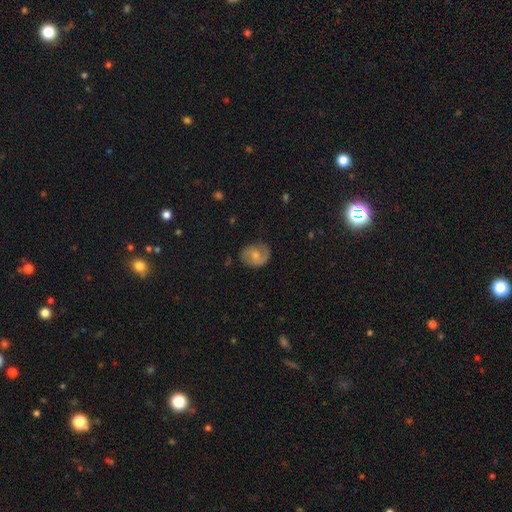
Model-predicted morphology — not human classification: smooth-or-featured: featured or disk: 47% | smooth: 45% | star or artifact: 7%
  merging: none: 70% | minor disturbance: 21% | major disturbance: 7% | merger: 1%